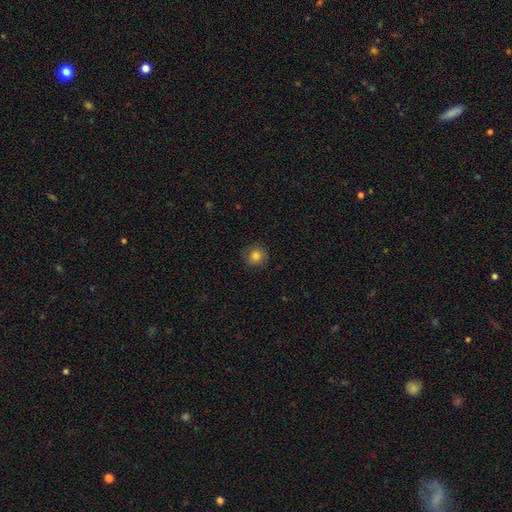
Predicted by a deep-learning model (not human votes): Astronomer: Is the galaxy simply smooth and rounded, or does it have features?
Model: smooth — 82%.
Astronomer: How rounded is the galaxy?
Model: round — 92%.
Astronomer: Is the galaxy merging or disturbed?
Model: none — 87%.